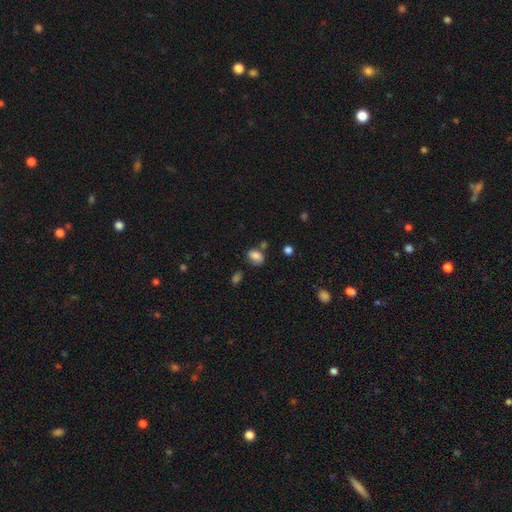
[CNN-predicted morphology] This appears to be a smooth galaxy with no disk features (79%) that is in between round and cigar-shaped (70%). Merging: none (55%).